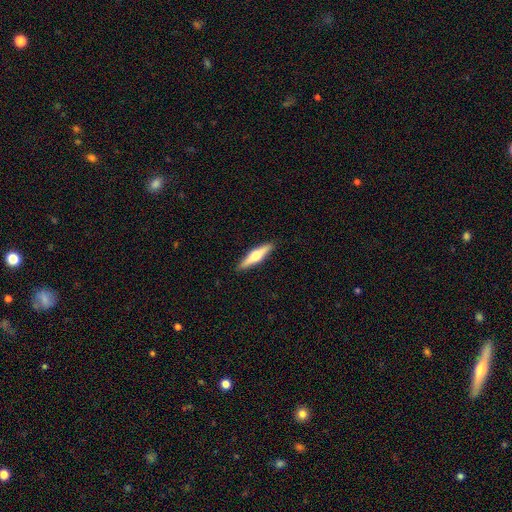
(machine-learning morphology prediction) A featured or disk galaxy (58%) viewed edge-on (96%) with a rounded central bulge (93%). Merging: none (90%).